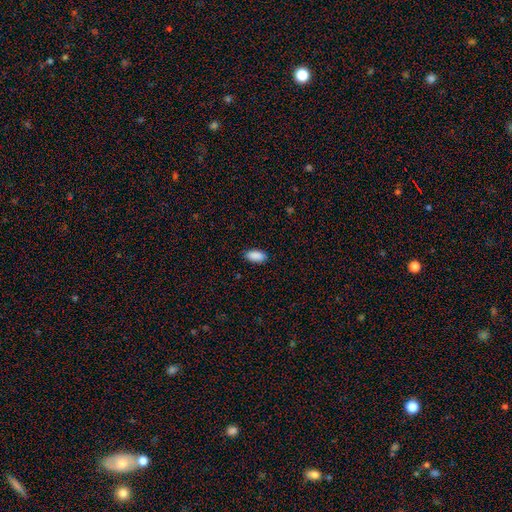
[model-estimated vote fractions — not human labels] smooth-or-featured: smooth: 91% | star or artifact: 7% | featured or disk: 3%
  how-rounded: in between: 93% | cigar-shaped: 5% | round: 2%
  merging: none: 88% | minor disturbance: 9% | major disturbance: 2% | merger: 1%